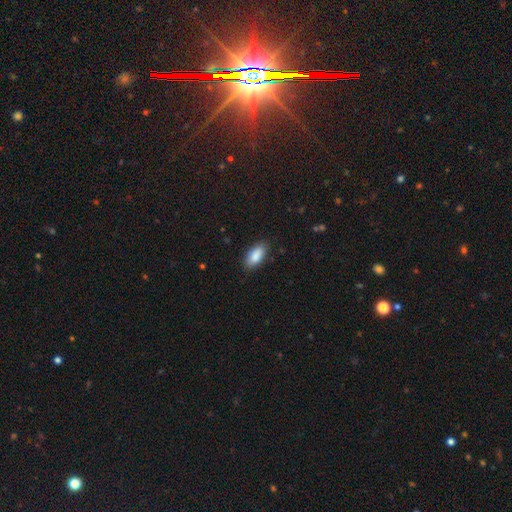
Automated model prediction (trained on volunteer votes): Smooth or featured: smooth — 88% (star or artifact — 6%)
How rounded: in between — 91% (cigar-shaped — 7%)
Merging: none — 85% (minor disturbance — 11%)